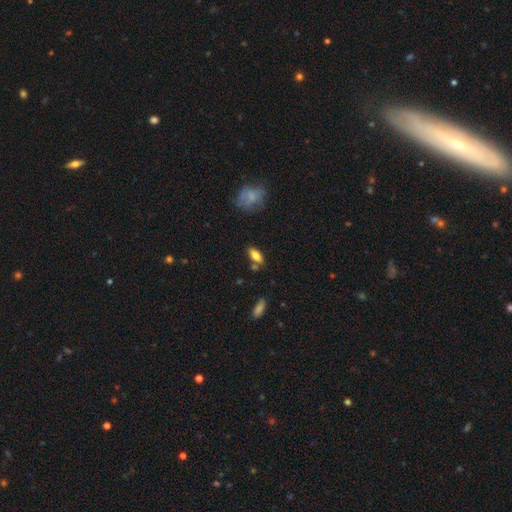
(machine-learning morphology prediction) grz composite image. It shows a smooth galaxy with no disk features (80%) that is in between round and cigar-shaped (83%). Merging: none (70%).